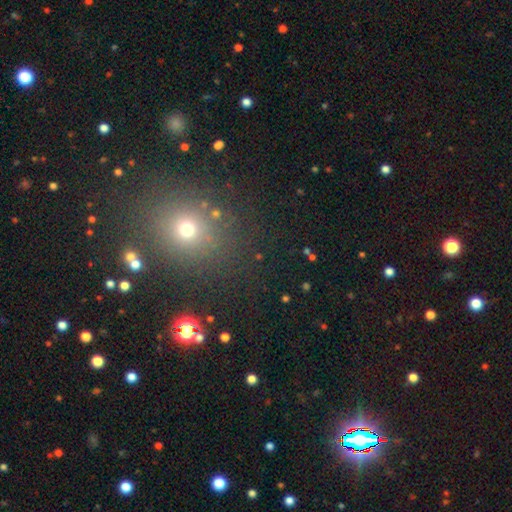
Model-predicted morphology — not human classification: A star or artifact, not a galaxy (46%, tied with smooth).

Vote fractions:
- Smooth or featured? star or artifact: 46% (tied) / smooth: 46% (tied) / featured or disk: 8%